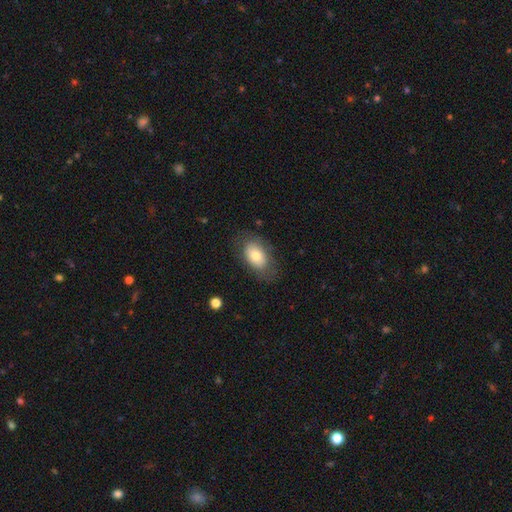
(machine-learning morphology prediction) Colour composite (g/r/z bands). It shows a smooth galaxy with no disk features (74%) that is in between round and cigar-shaped (88%). Merging: none (74%).